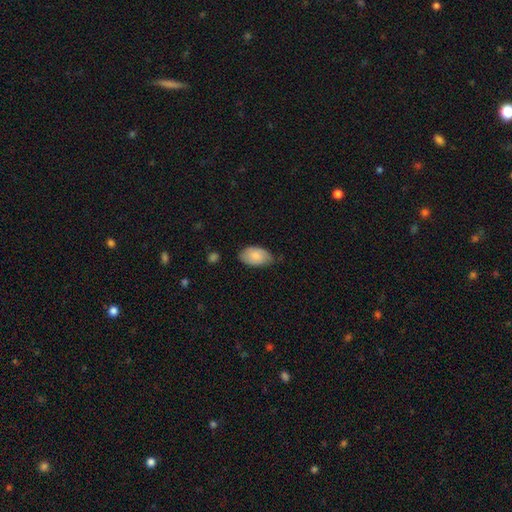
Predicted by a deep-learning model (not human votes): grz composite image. It shows a smooth galaxy with no disk features (81%) that is in between round and cigar-shaped (94%). Merging: none (63%).